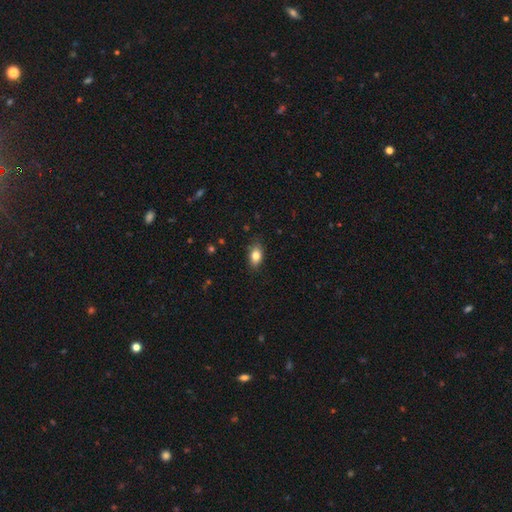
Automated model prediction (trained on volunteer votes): A smooth galaxy with no disk features (82%) that is in between round and cigar-shaped (86%).

Vote fractions:
- Smooth or featured? smooth: 82% / featured or disk: 9% / star or artifact: 8%
- How rounded? in between: 86% / round: 10% / cigar-shaped: 4%
- Merging? none: 83% / minor disturbance: 14% / major disturbance: 3% / merger: 1%